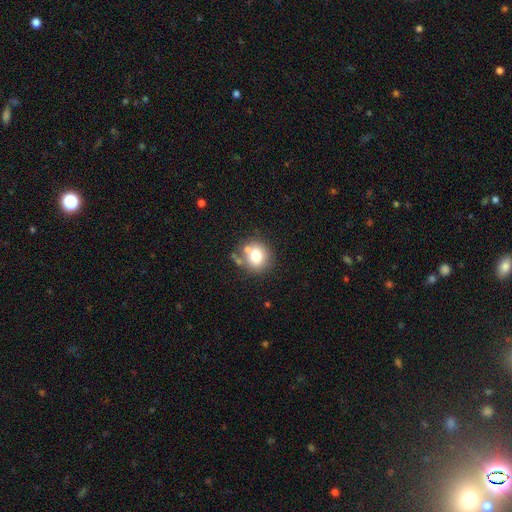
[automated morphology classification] A smooth galaxy with no disk features (73%) that is round (82%).

Vote fractions:
- Smooth or featured? smooth: 73% / featured or disk: 15% / star or artifact: 12%
- How rounded? round: 82% / in between: 17% / cigar-shaped: 1%
- Merging? none: 67% / merger: 15% / minor disturbance: 14% / major disturbance: 5%